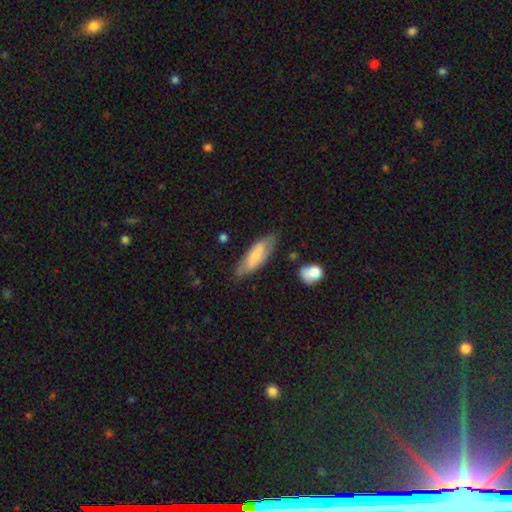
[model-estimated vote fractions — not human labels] smooth-or-featured: smooth: 58% | featured or disk: 36% | star or artifact: 6%
  how-rounded: in between: 59% | cigar-shaped: 40% | round: 2%
  merging: none: 72% | minor disturbance: 20% | major disturbance: 4% | merger: 3%